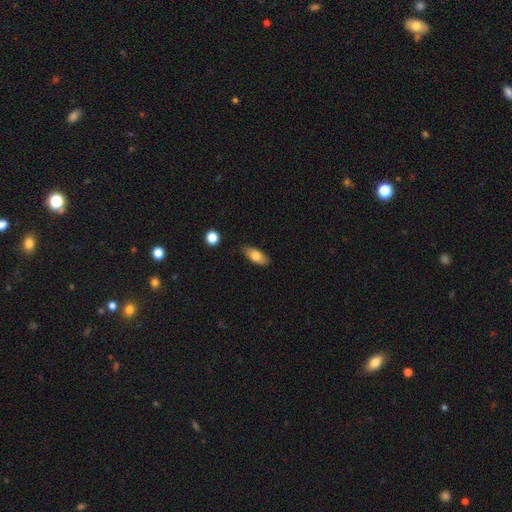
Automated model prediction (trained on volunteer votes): Smooth or featured?
  - smooth: 75% *
  - featured or disk: 18%
  - star or artifact: 7%
How rounded?
  - in between: 83% *
  - cigar-shaped: 14%
  - round: 4%
Merging?
  - none: 84% *
  - minor disturbance: 12%
  - major disturbance: 2%
  - merger: 2%